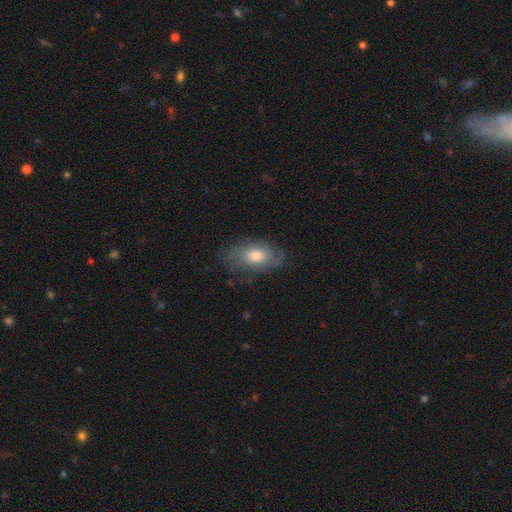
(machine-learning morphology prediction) Smooth or featured: smooth — 64% (featured or disk — 29%)
How rounded: in between — 90% (round — 6%)
Merging: none — 73% (minor disturbance — 20%)